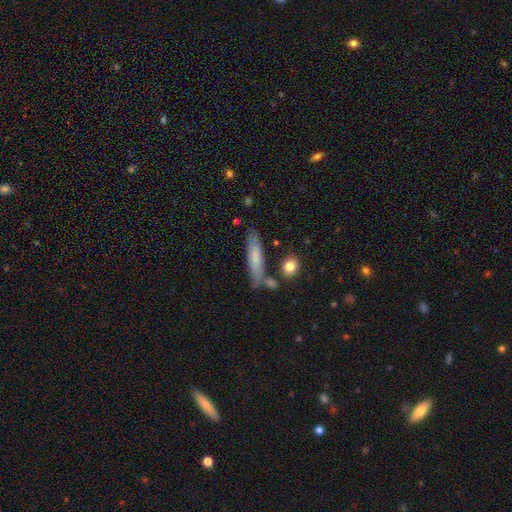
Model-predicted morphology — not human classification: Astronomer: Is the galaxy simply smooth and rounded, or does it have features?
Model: smooth — 67%.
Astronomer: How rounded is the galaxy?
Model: cigar-shaped — 82%.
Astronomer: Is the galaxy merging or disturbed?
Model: none — 77%.